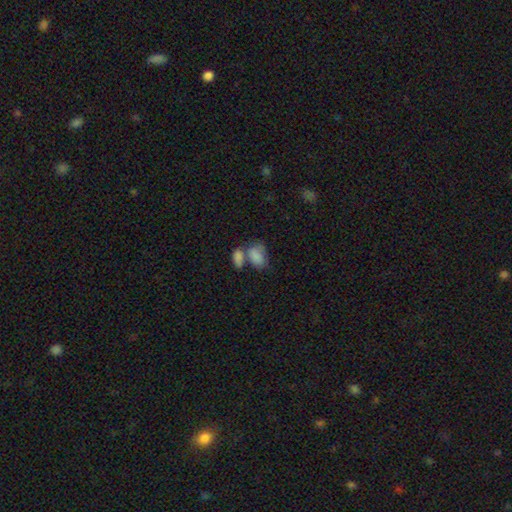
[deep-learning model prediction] The model was most divided on "merging": merger: 57%, none: 25%, minor disturbance: 11%, major disturbance: 7%. More confident: how rounded — in between (88%); smooth or featured — smooth (81%).